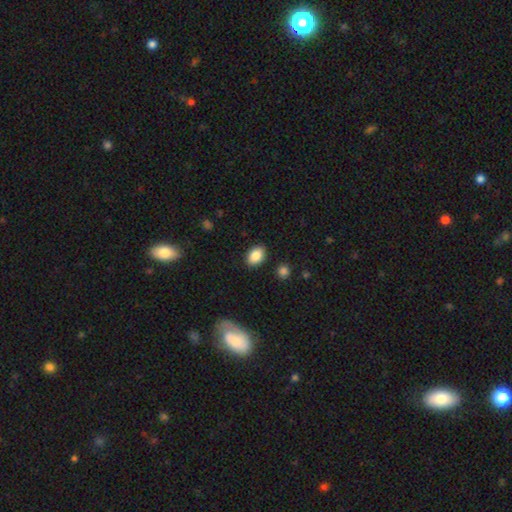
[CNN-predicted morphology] This is clearly a smooth galaxy (86%). How rounded: clearly in between (81%). Merging: clearly none (87%).